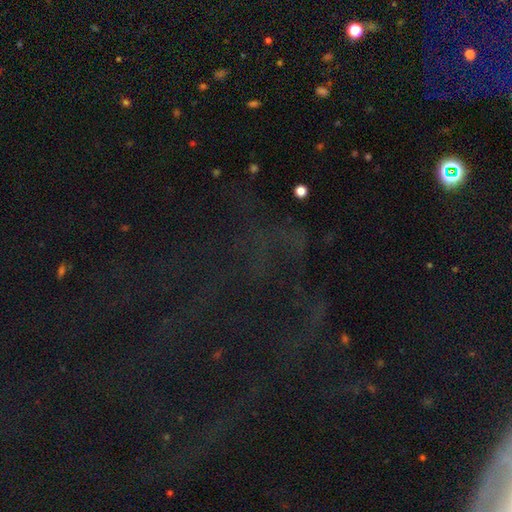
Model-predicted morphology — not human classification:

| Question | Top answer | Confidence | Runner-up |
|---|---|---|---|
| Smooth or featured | star or artifact | 77% | smooth (12%) |